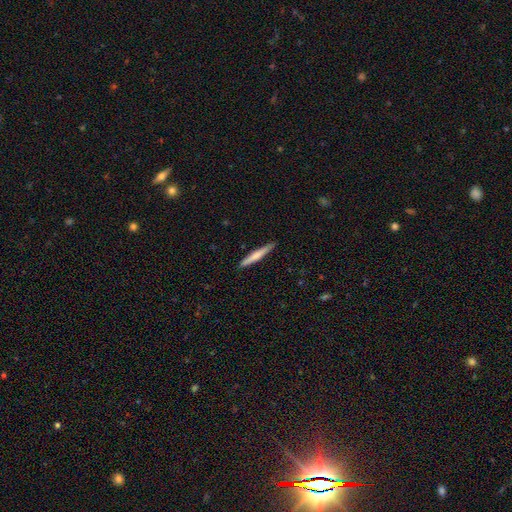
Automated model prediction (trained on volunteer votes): Smooth or featured? smooth (65%)
How rounded? cigar-shaped (95%)
Merging? none (89%)